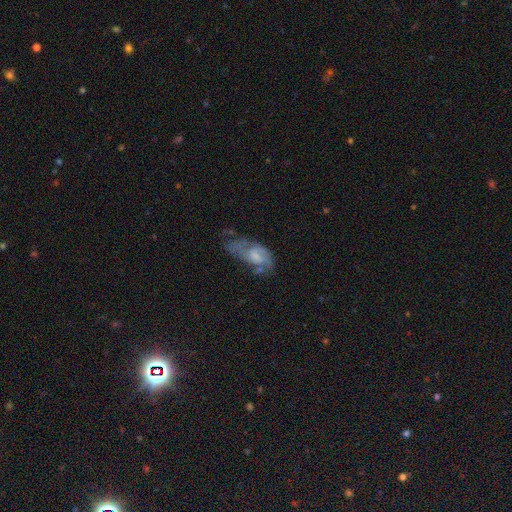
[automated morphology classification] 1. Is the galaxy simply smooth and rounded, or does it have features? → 48% featured or disk, 44% smooth, 8% star or artifact.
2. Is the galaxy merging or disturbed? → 34% major disturbance, 29% minor disturbance, 29% none, 8% merger.